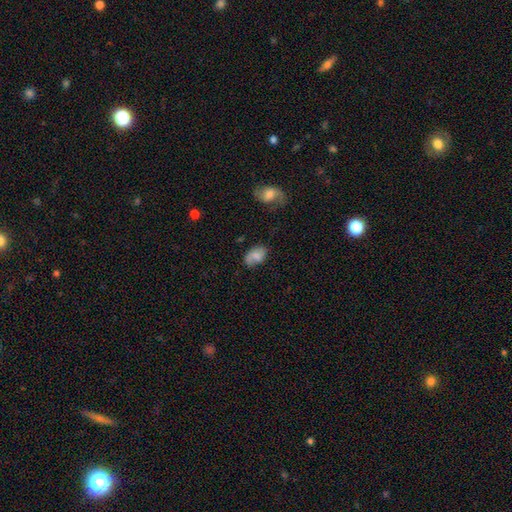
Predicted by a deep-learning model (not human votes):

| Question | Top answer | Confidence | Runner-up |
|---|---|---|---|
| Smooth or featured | smooth | 65% | featured or disk (26%) |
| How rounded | in between | 89% | round (10%) |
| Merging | none | 62% | minor disturbance (26%) |